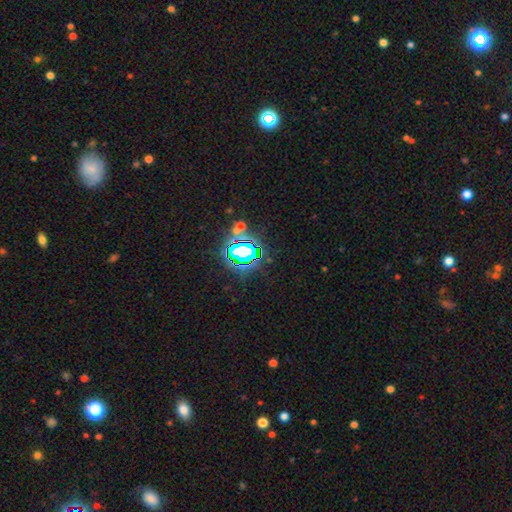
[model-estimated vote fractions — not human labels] Morphology: type=star or artifact (76%).